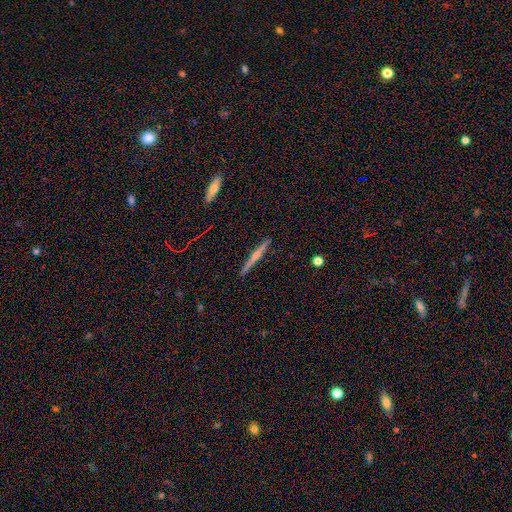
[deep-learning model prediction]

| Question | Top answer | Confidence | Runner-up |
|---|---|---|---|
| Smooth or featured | featured or disk | 62% | smooth (31%) |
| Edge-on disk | yes | 98% | no (2%) |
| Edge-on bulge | rounded | 63% | none (28%) |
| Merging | none | 92% | minor disturbance (6%) |